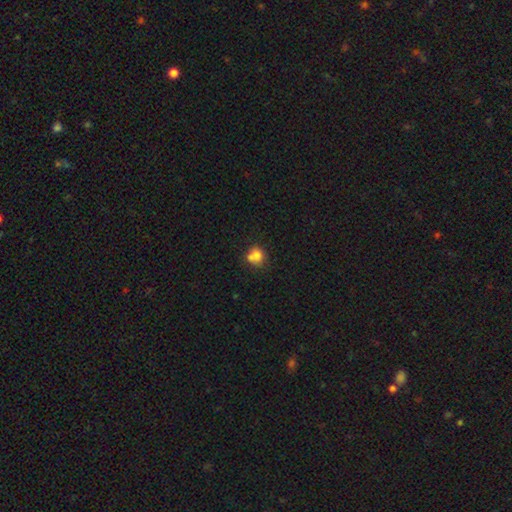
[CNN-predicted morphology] smooth-or-featured: smooth: 76% | featured or disk: 13% | star or artifact: 11%
  how-rounded: round: 77% | in between: 22% | cigar-shaped: 1%
  merging: none: 45% | merger: 36% | minor disturbance: 14% | major disturbance: 5%